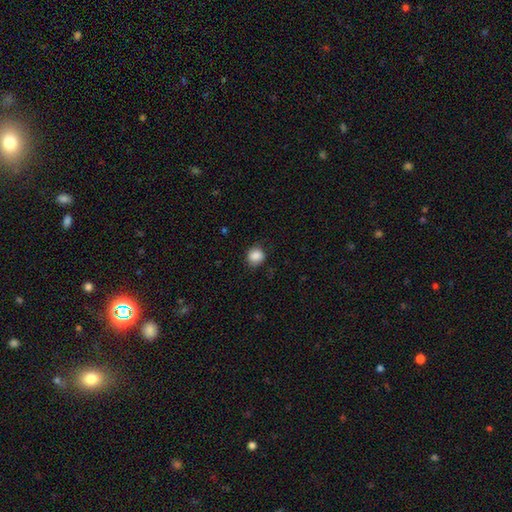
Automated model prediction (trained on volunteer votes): Smooth or featured? smooth (87%)
How rounded? round (81%)
Merging? none (80%)